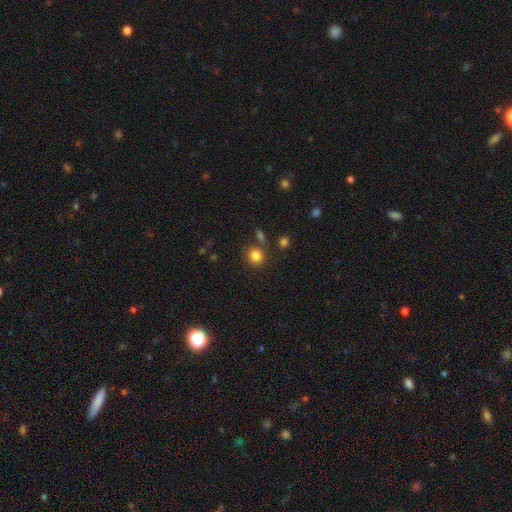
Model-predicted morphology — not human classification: smooth-or-featured: smooth: 83% | star or artifact: 12% | featured or disk: 5%
  how-rounded: round: 88% | in between: 11% | cigar-shaped: 1%
  merging: none: 78% | minor disturbance: 9% | merger: 9% | major disturbance: 4%